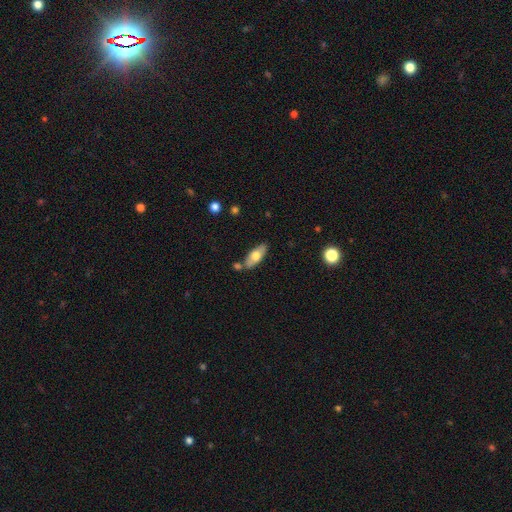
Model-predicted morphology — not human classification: Smooth or featured? smooth (62%)
How rounded? in between (76%)
Merging? none (74%)